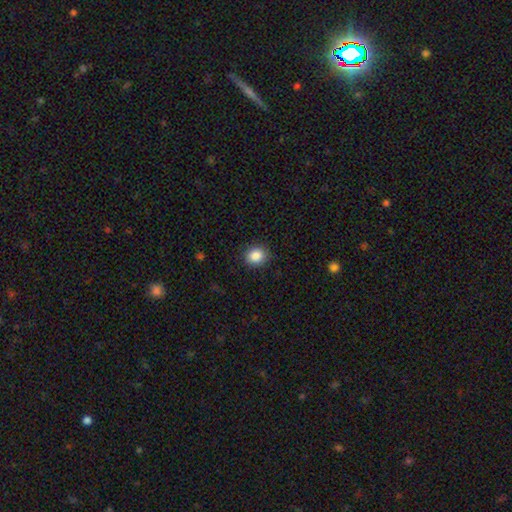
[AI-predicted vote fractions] A smooth galaxy with no disk features (87%) that is round (73%). Merging: none (87%).